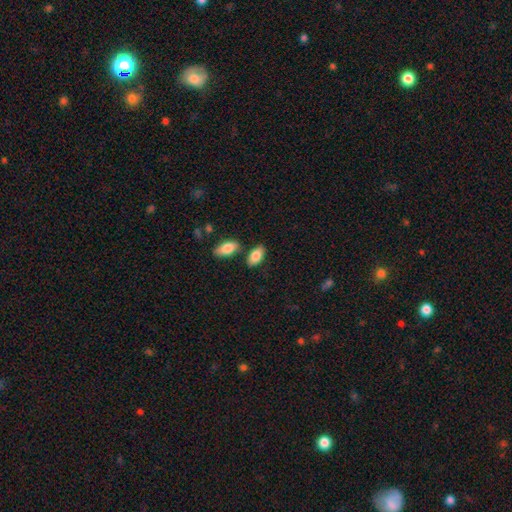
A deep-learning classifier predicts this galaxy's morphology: type=smooth (83%); roundness=in between (92%); merging=none (75%).